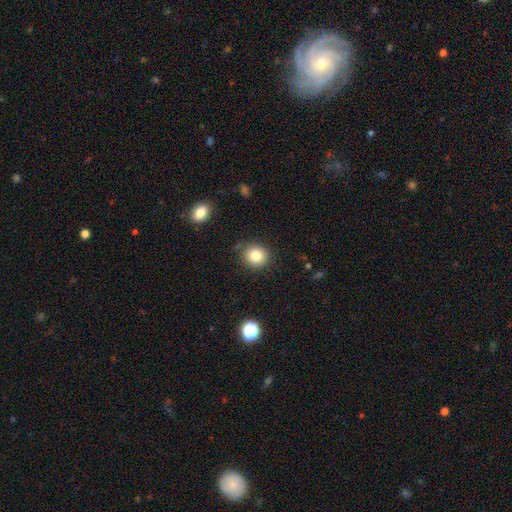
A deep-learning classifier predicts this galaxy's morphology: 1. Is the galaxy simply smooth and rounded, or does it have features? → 82% smooth, 11% star or artifact, 7% featured or disk.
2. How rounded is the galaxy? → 82% round, 17% in between, 1% cigar-shaped.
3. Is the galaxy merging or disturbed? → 84% none, 10% minor disturbance, 3% major disturbance, 2% merger.